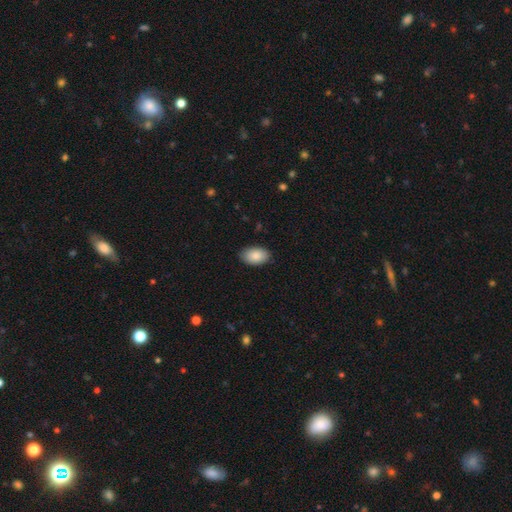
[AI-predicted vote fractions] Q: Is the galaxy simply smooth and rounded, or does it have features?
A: smooth — 88%.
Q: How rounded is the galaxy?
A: in between — 93%.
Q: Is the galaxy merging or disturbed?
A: none — 86%.